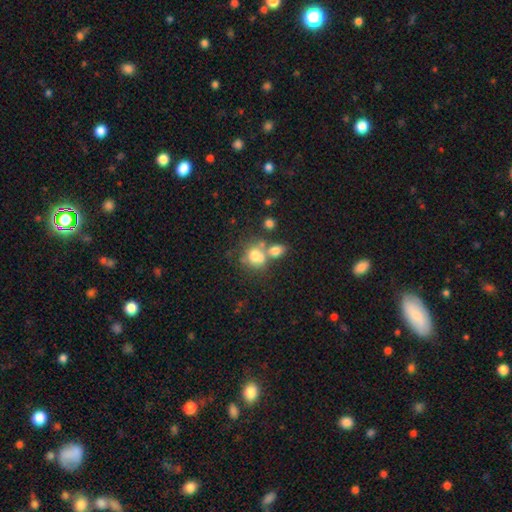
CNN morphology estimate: smooth 69%, featured or disk 19%, star or artifact 12%. Down the decision tree: how rounded — round (64%); merging — merger (49%).